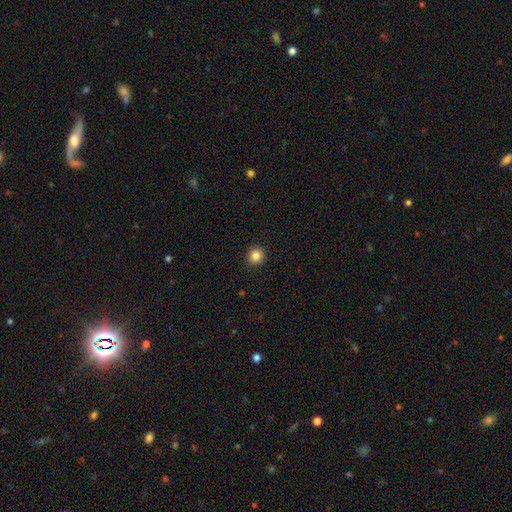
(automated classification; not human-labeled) Smooth or featured: smooth — 85% (star or artifact — 11%)
How rounded: round — 94% (in between — 5%)
Merging: none — 93% (minor disturbance — 4%)